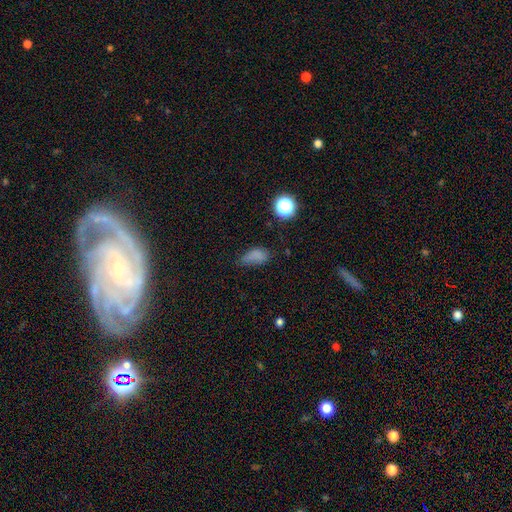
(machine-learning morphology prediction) smooth 74%, star or artifact 17%, featured or disk 9%. Down the decision tree: how rounded — in between (84%); merging — none (46%).